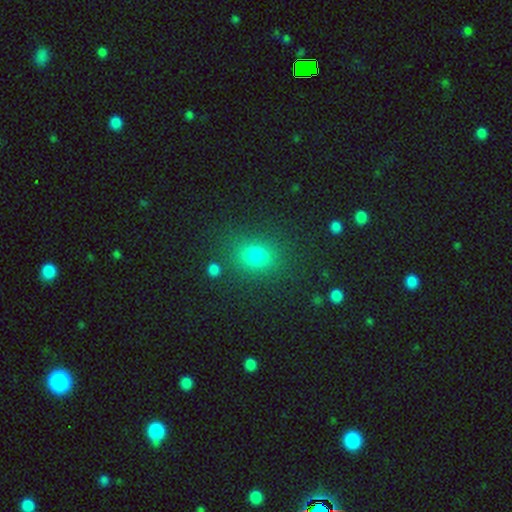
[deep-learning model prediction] Smooth or featured: smooth — 76% (star or artifact — 16%)
How rounded: round — 56% (in between — 43%)
Merging: none — 82% (minor disturbance — 10%)